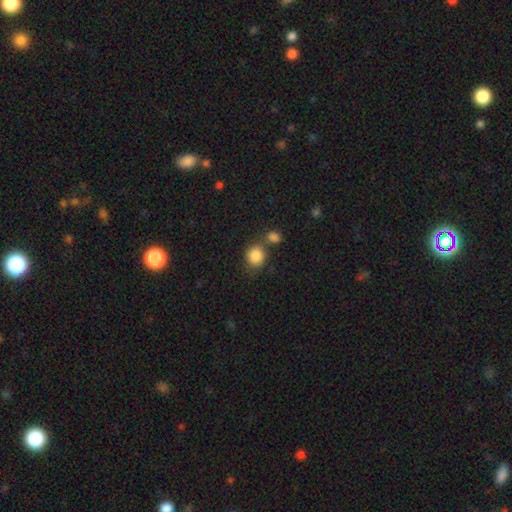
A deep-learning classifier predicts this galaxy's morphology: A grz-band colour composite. It shows a smooth galaxy with no disk features (85%) that is round (76%). Merging: none (54%).